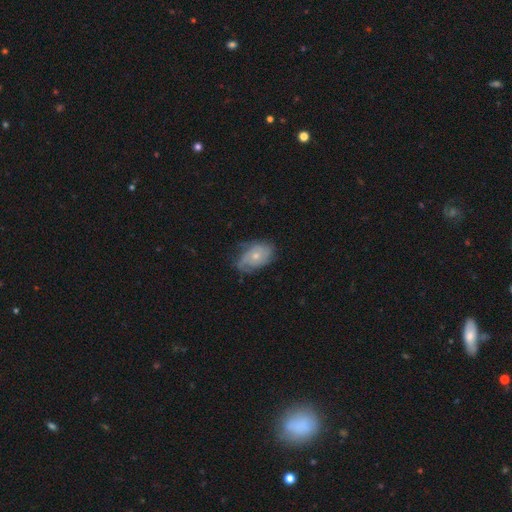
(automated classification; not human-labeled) This is possibly a featured or disk galaxy (57%). It is clearly not viewed edge-on (95%). Bar: clearly no (83%). Spiral arm pattern: likely yes (78%). Central bulge: possibly small (57%). Merging: possibly none (53%).